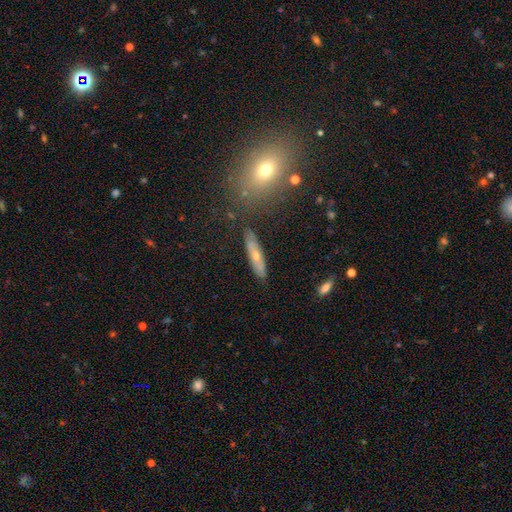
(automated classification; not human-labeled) This is possibly a smooth galaxy (47%). Merging: clearly none (82%).